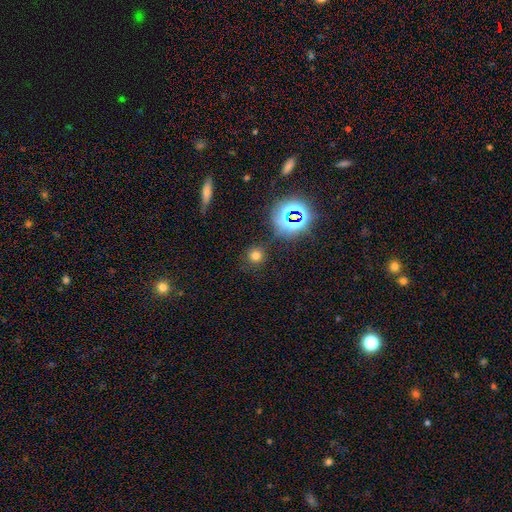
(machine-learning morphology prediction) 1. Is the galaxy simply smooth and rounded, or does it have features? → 69% smooth, 24% star or artifact, 7% featured or disk.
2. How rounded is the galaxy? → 92% round, 7% in between, 1% cigar-shaped.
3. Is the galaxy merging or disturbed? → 86% none, 8% minor disturbance, 3% major disturbance, 3% merger.